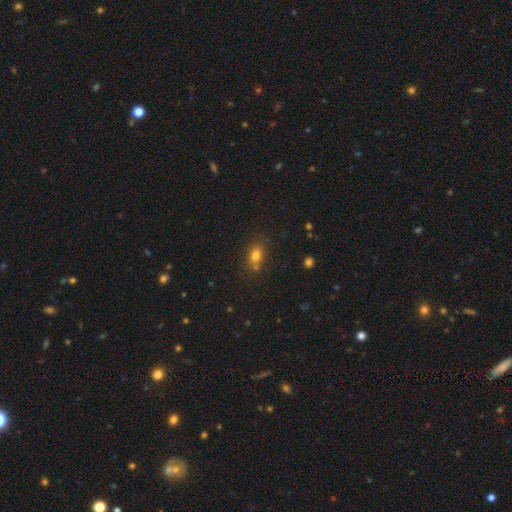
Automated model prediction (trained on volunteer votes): Q: Smooth or featured?
A: smooth (75%); runner-up: star or artifact (16%)
Q: How rounded?
A: in between (57%); runner-up: round (41%)
Q: Merging?
A: none (68%); runner-up: minor disturbance (15%)